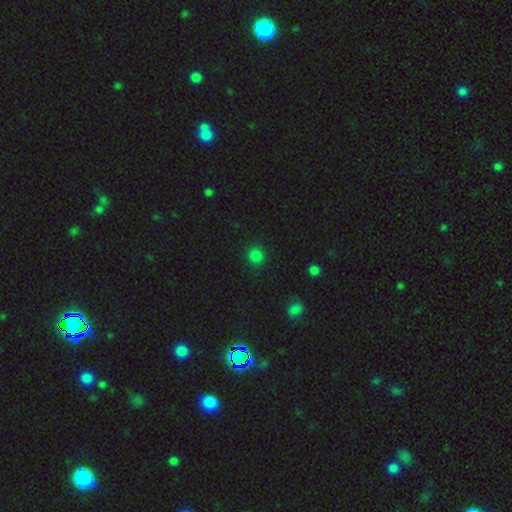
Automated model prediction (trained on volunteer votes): A smooth galaxy with no disk features (82%) that is round (89%). Merging: none (89%).